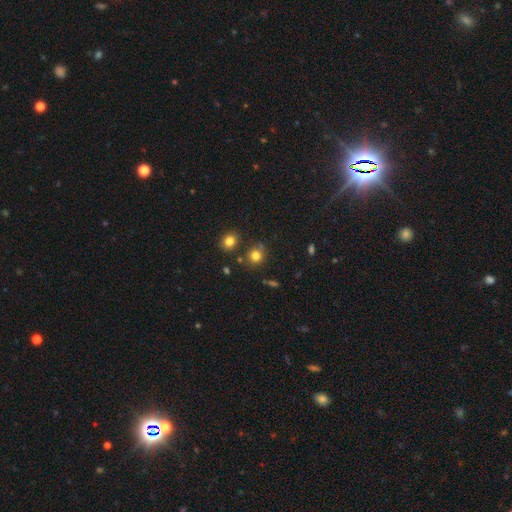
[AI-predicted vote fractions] Smooth or featured? smooth (79%)
How rounded? round (85%)
Merging? none (76%)